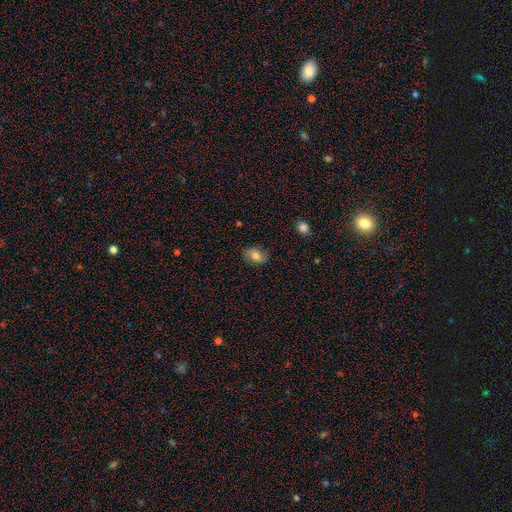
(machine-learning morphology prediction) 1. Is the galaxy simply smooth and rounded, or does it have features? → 72% smooth, 19% featured or disk, 9% star or artifact.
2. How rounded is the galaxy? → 80% in between, 19% round, 2% cigar-shaped.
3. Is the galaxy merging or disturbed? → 76% none, 18% minor disturbance, 4% major disturbance, 1% merger.